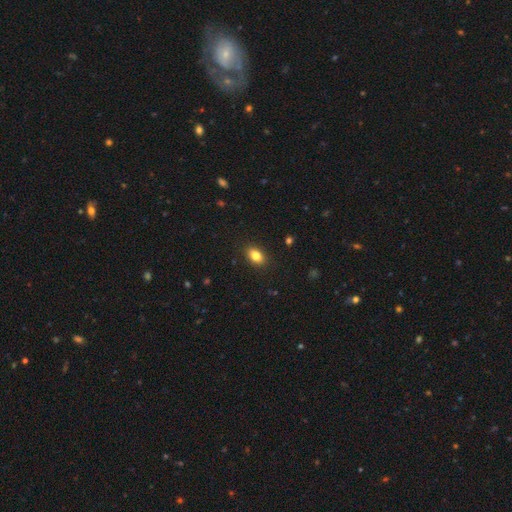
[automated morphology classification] This is clearly a smooth galaxy (83%). How rounded: clearly in between (84%). Merging: clearly none (89%).